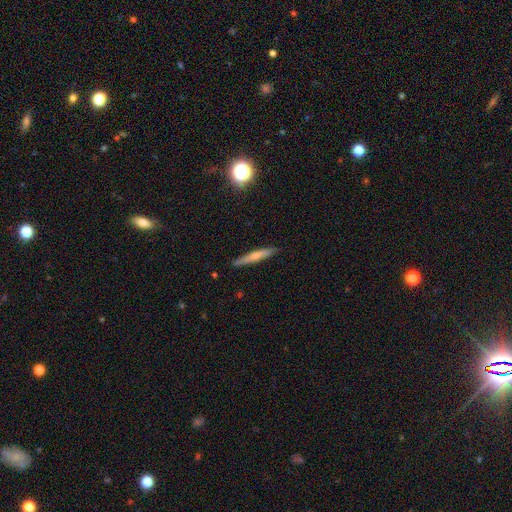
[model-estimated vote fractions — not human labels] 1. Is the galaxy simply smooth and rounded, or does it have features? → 53% smooth, 40% featured or disk, 7% star or artifact.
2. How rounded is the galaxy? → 94% cigar-shaped, 5% in between, 2% round.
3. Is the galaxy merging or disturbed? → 89% none, 8% minor disturbance, 2% major disturbance, 1% merger.